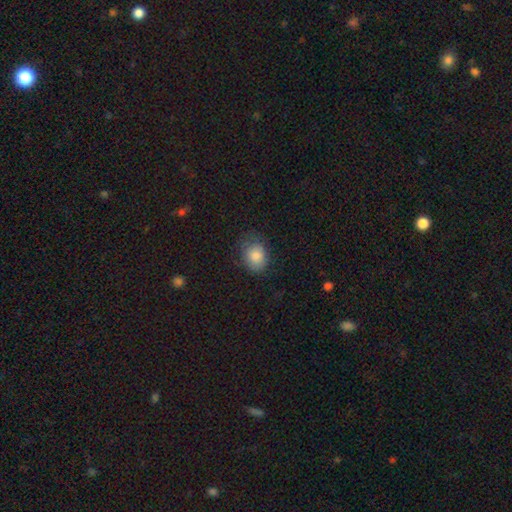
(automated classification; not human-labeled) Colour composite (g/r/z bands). It shows a smooth galaxy with no disk features (83%) that is in between round and cigar-shaped (55%). Merging: none (66%).